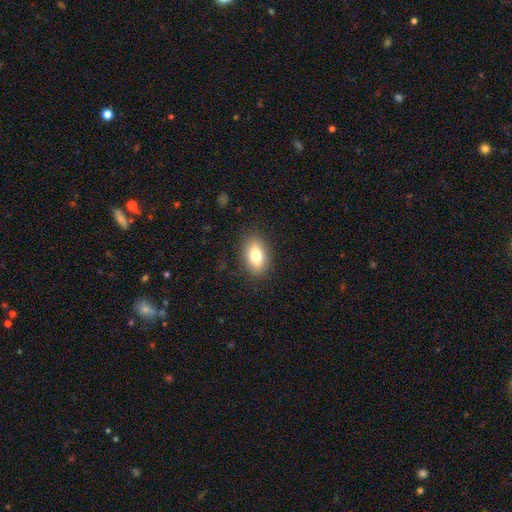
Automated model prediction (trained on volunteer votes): Morphology: type=smooth (76%); roundness=in between (86%); merging=none (86%).